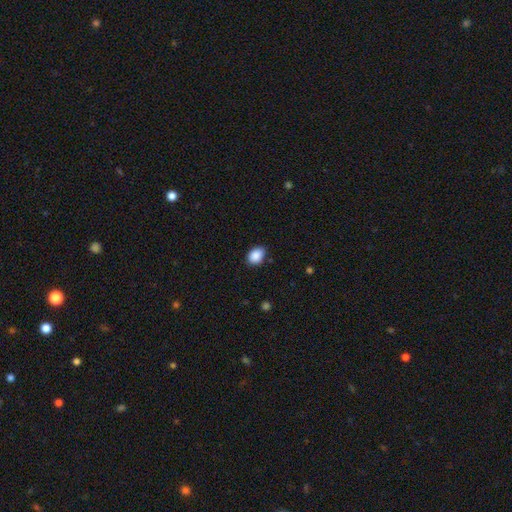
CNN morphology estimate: smooth 89%, star or artifact 8%, featured or disk 3%. Down the decision tree: how rounded — in between (71%); merging — none (82%).